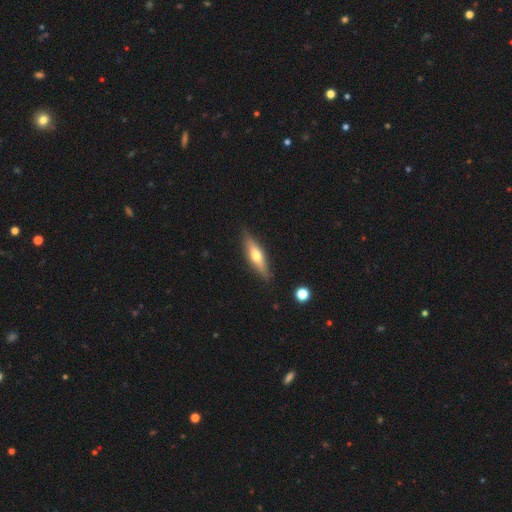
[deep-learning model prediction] Morphology: type=featured or disk (47%, tied with smooth); merging=none (86%).